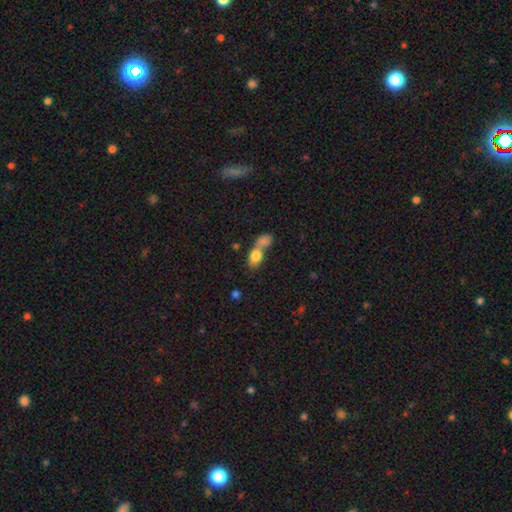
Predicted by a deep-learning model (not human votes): A smooth galaxy with no disk features (80%) that is in between round and cigar-shaped (75%).

Vote fractions:
- Smooth or featured? smooth: 80% / featured or disk: 12% / star or artifact: 9%
- How rounded? in between: 75% / round: 22% / cigar-shaped: 3%
- Merging? merger: 68% / none: 21% / minor disturbance: 7% / major disturbance: 5%